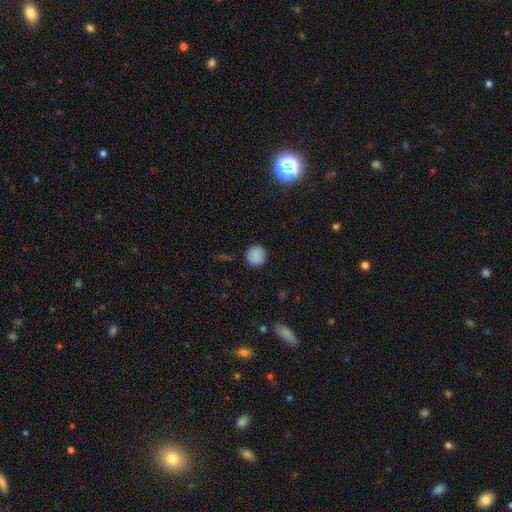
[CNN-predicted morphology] Q: Smooth or featured?
A: smooth (87%); runner-up: star or artifact (9%)
Q: How rounded?
A: round (93%); runner-up: in between (6%)
Q: Merging?
A: none (90%); runner-up: minor disturbance (7%)